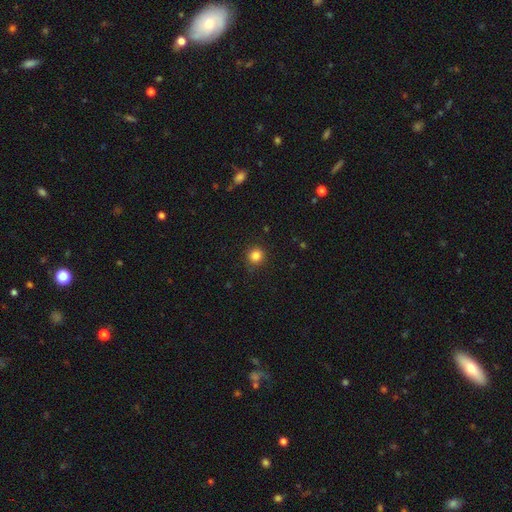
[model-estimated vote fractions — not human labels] Overall: smooth (84%). How rounded: round (93%). Merging: none (88%).